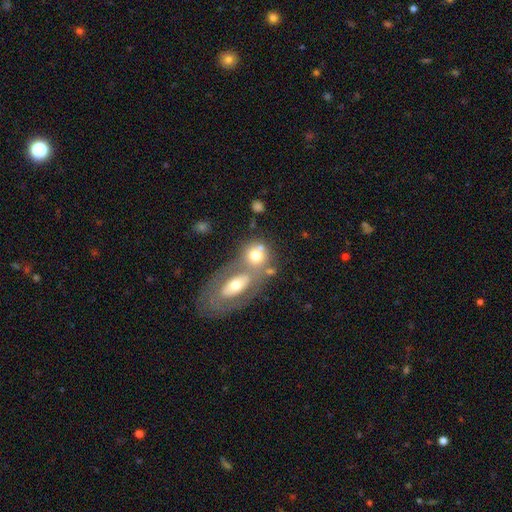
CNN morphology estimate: This is likely a smooth galaxy (62%). How rounded: possibly round (59%). Merging: possibly merger (53%).